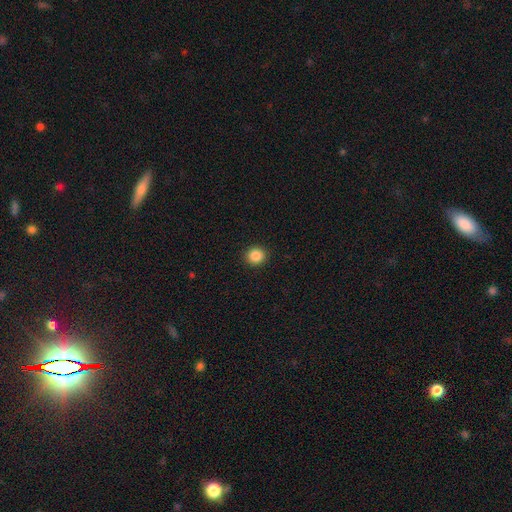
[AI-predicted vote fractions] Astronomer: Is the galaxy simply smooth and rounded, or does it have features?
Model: smooth — 87%.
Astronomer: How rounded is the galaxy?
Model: round — 89%.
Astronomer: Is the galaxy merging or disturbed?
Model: none — 92%.